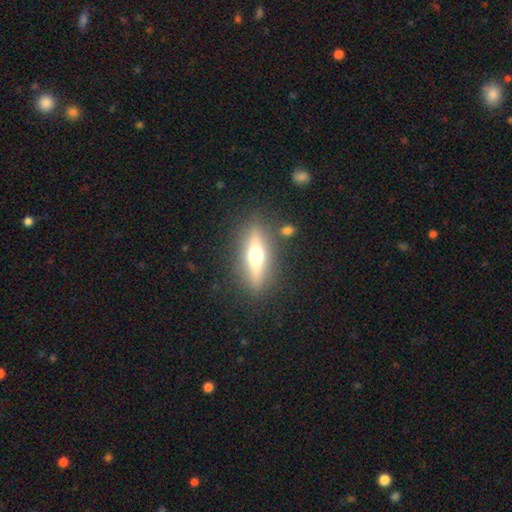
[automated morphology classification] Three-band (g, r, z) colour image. It shows a featured or disk galaxy (60%) viewed edge-on (87%) with a rounded central bulge (96%). Merging: none (85%).